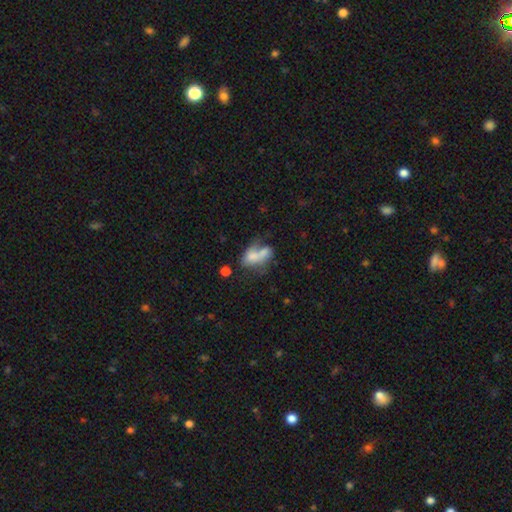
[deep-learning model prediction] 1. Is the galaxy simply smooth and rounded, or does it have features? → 62% smooth, 28% featured or disk, 10% star or artifact.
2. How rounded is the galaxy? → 82% in between, 12% round, 6% cigar-shaped.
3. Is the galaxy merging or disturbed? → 49% merger, 20% none, 19% major disturbance, 13% minor disturbance.